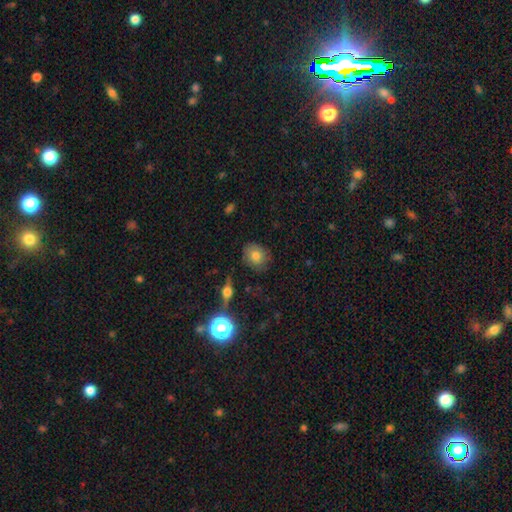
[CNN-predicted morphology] A smooth galaxy with no disk features (71%) that is round (58%). Merging: none (79%).